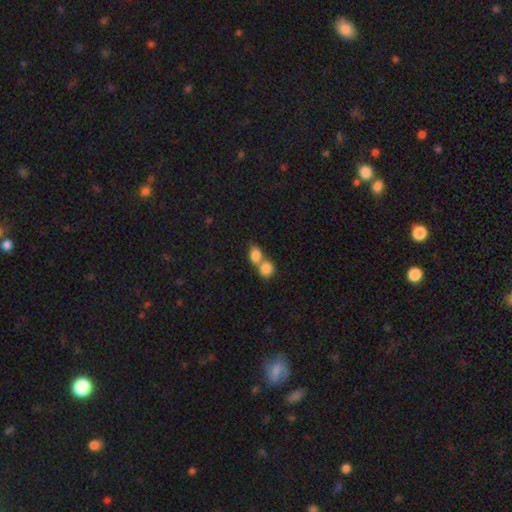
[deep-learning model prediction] Smooth or featured?
  - smooth: 83% *
  - featured or disk: 9%
  - star or artifact: 8%
How rounded?
  - in between: 57% *
  - round: 41%
  - cigar-shaped: 2%
Merging?
  - merger: 67% *
  - none: 24%
  - minor disturbance: 6%
  - major disturbance: 3%